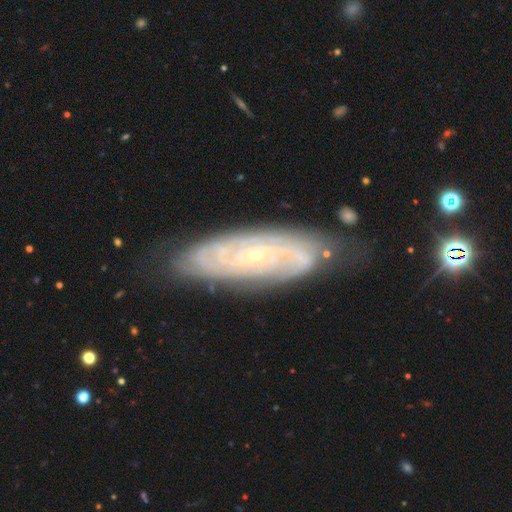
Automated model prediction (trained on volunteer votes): The model was most divided on "spiral arm count": can't tell: 40%, 2: 26%, 3: 13%, 4: 11%, more than 4: 6%, 1: 5%. More confident: spiral arms — yes (95%); edge-on disk — no (88%); smooth or featured — featured or disk (82%); bulge size — small (82%); merging — none (75%); spiral winding — tight (73%); bar — no (67%).